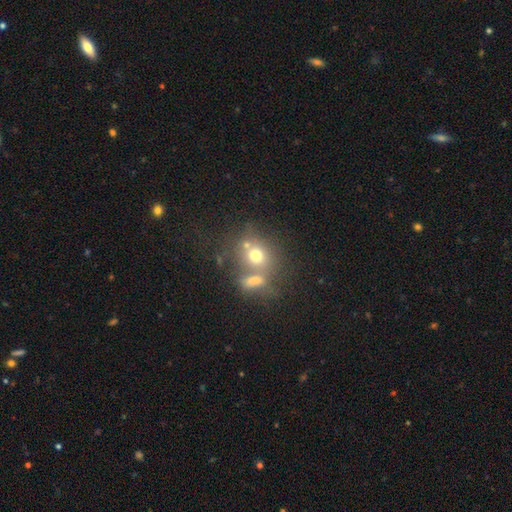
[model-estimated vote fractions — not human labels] smooth 68%, featured or disk 17%, star or artifact 15%. Down the decision tree: how rounded — round (70%); merging — none (43%).